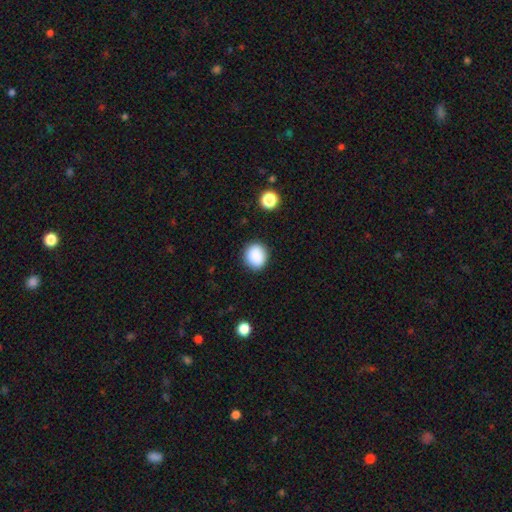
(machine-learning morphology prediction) smooth_or_featured: smooth (p=0.87) [alt: star or artifact p=0.09]
how_rounded: round (p=0.77) [alt: in between p=0.23]
merging: none (p=0.87) [alt: minor disturbance p=0.09]